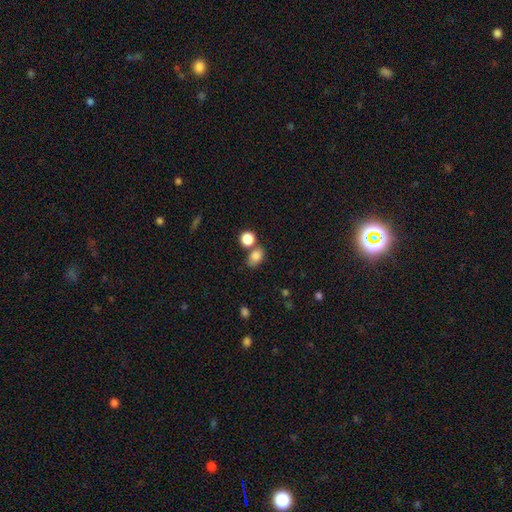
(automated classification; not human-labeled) A smooth galaxy with no disk features (83%) that is in between round and cigar-shaped (71%).

Vote fractions:
- Smooth or featured? smooth: 83% / star or artifact: 10% / featured or disk: 7%
- How rounded? in between: 71% / round: 27% / cigar-shaped: 2%
- Merging? none: 52% / merger: 28% / minor disturbance: 14% / major disturbance: 5%